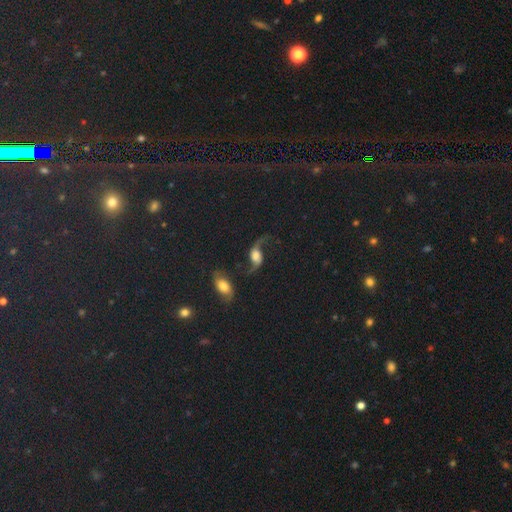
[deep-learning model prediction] Overall: featured or disk (76%). Edge-on disk: no (92%). Bar: no (55%; weak 32%). Spiral arms: yes (94%). Spiral arm count: 2 (92%). Spiral winding: loose (92%). Bulge size: large (42%; moderate 27%). Merging: none (62%).